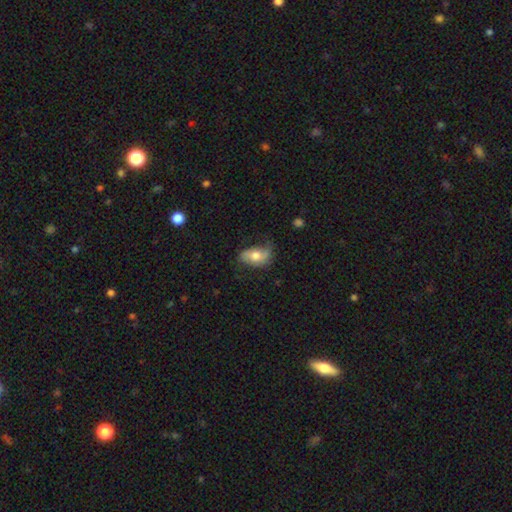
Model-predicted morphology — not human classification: A smooth galaxy with no disk features (57%) that is in between round and cigar-shaped (90%). Merging: none (57%).